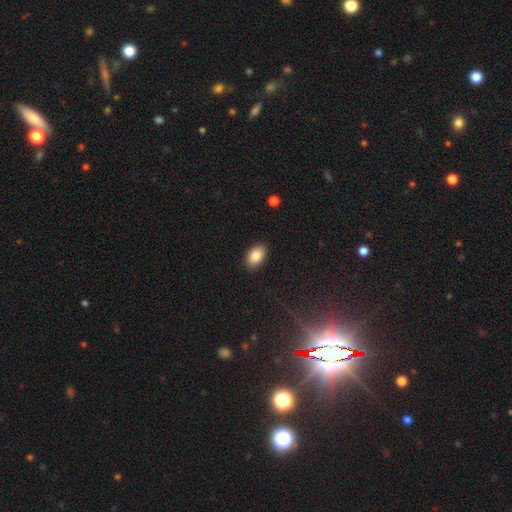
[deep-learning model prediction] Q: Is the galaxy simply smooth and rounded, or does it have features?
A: smooth — 87%.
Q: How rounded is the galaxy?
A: in between — 91%.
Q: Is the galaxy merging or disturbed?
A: none — 89%.